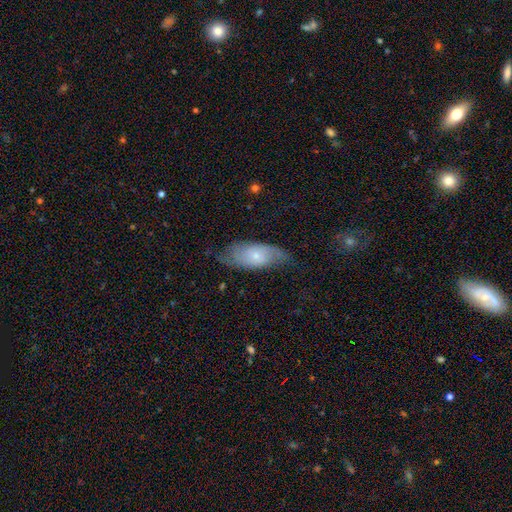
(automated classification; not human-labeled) Q: Smooth or featured?
A: featured or disk (52%); runner-up: smooth (41%)
Q: Edge-on disk?
A: no (88%); runner-up: yes (12%)
Q: Merging?
A: none (63%); runner-up: minor disturbance (26%)